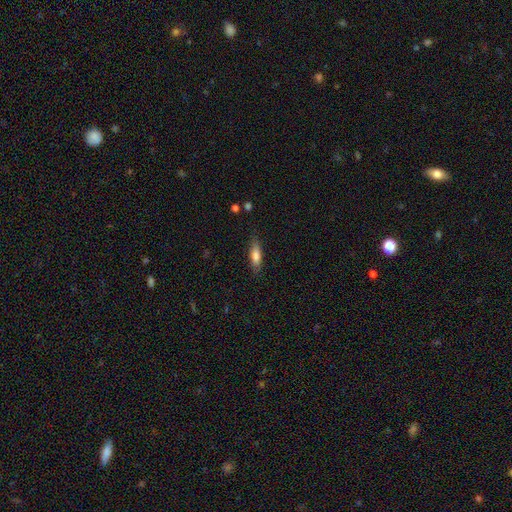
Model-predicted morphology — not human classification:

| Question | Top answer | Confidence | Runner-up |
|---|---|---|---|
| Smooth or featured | smooth | 74% | featured or disk (19%) |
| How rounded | cigar-shaped | 51% | in between (47%) |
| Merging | none | 83% | minor disturbance (13%) |